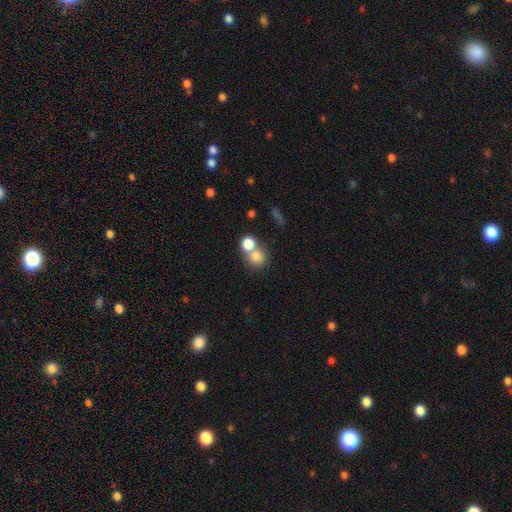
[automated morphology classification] Overall: smooth (77%). How rounded: round (82%). Merging: merger (49%; none 40%).